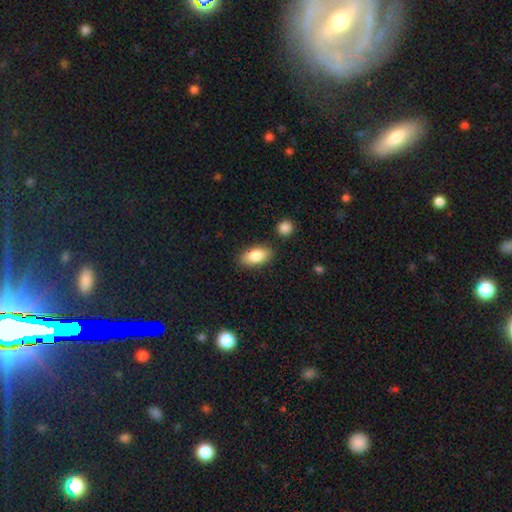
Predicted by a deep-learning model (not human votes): smooth-or-featured: smooth: 83% | featured or disk: 10% | star or artifact: 7%
  how-rounded: in between: 91% | cigar-shaped: 5% | round: 4%
  merging: none: 83% | minor disturbance: 10% | merger: 4% | major disturbance: 3%